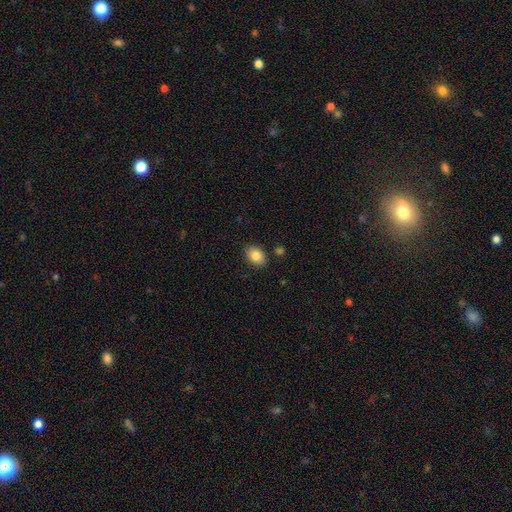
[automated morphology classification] Overall: smooth (85%). How rounded: in between (78%). Merging: none (86%).